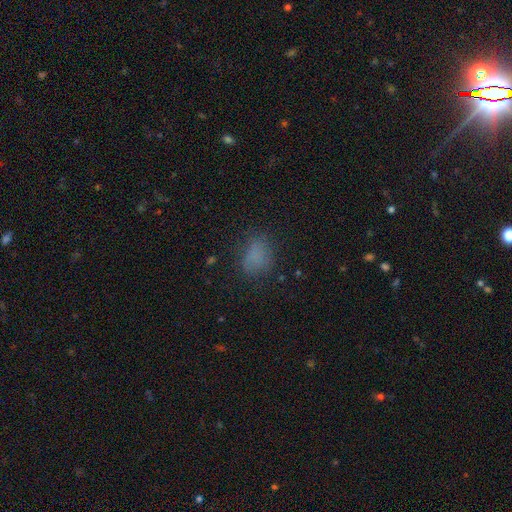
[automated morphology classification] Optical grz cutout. It shows a smooth galaxy with no disk features (73%) that is in between round and cigar-shaped (68%). Merging: none (66%).